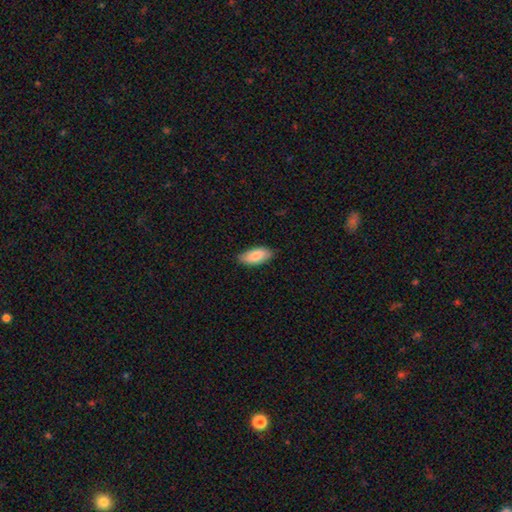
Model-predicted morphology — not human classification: Overall: smooth (85%). How rounded: in between (89%). Merging: none (84%).